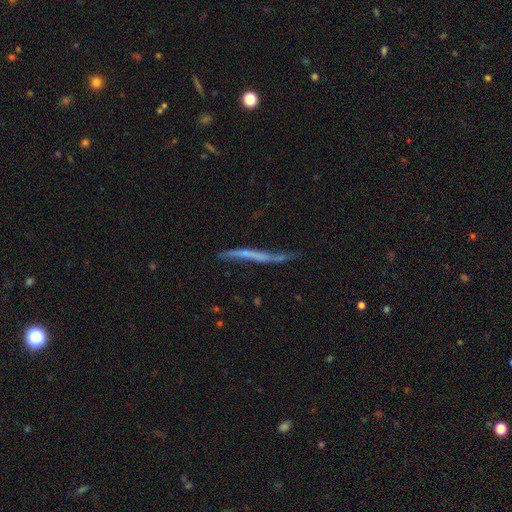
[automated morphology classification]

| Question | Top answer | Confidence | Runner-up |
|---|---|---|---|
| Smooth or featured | featured or disk | 59% | smooth (30%) |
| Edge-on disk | yes | 82% | no (18%) |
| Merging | none | 64% | minor disturbance (23%) |